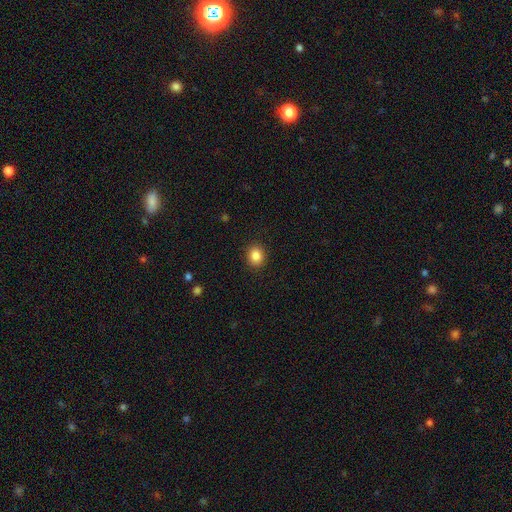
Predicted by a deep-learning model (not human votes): smooth_or_featured: smooth (p=0.86) [alt: star or artifact p=0.10]
how_rounded: round (p=0.72) [alt: in between p=0.27]
merging: none (p=0.91) [alt: minor disturbance p=0.06]